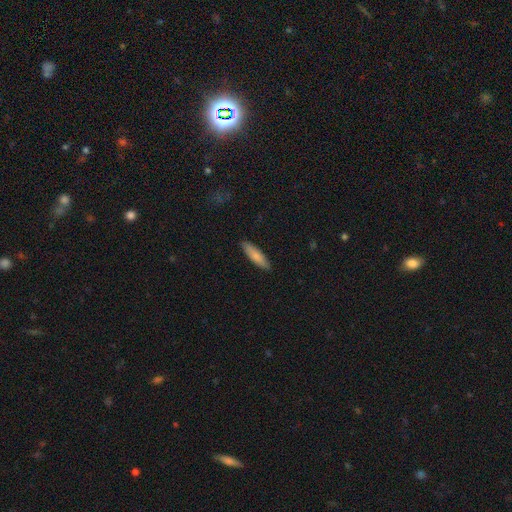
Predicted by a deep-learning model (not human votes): Smooth or featured: smooth — 79% (featured or disk — 15%)
How rounded: cigar-shaped — 70% (in between — 29%)
Merging: none — 89% (minor disturbance — 9%)